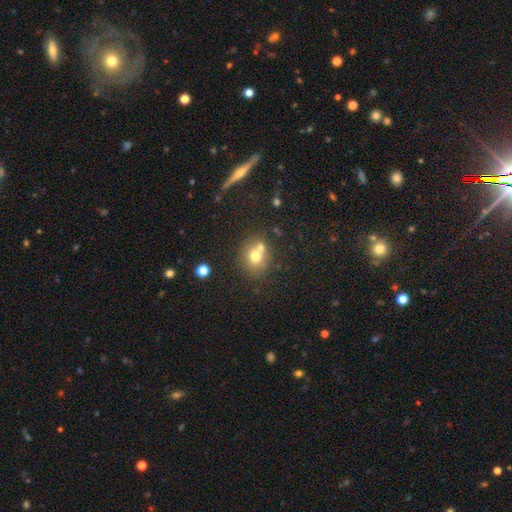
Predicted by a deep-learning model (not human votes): Smooth or featured?
  - smooth: 70% *
  - featured or disk: 17%
  - star or artifact: 14%
How rounded?
  - round: 74% *
  - in between: 25%
  - cigar-shaped: 1%
Merging?
  - none: 51% *
  - merger: 35%
  - minor disturbance: 10%
  - major disturbance: 4%